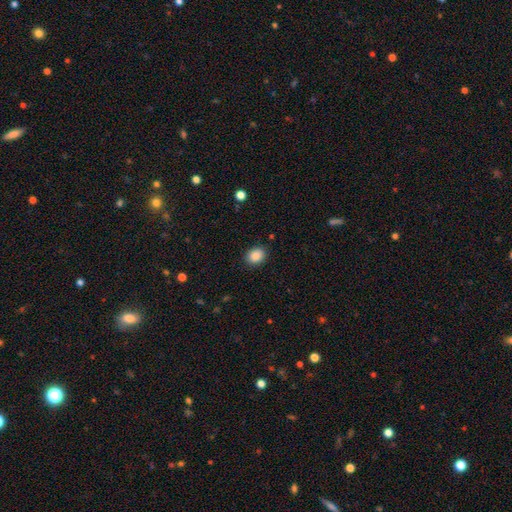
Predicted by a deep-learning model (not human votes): A smooth galaxy with no disk features (88%) that is in between round and cigar-shaped (58%).

Vote fractions:
- Smooth or featured? smooth: 88% / star or artifact: 9% / featured or disk: 4%
- How rounded? in between: 58% / round: 41% / cigar-shaped: 1%
- Merging? none: 88% / minor disturbance: 9% / major disturbance: 2% / merger: 1%